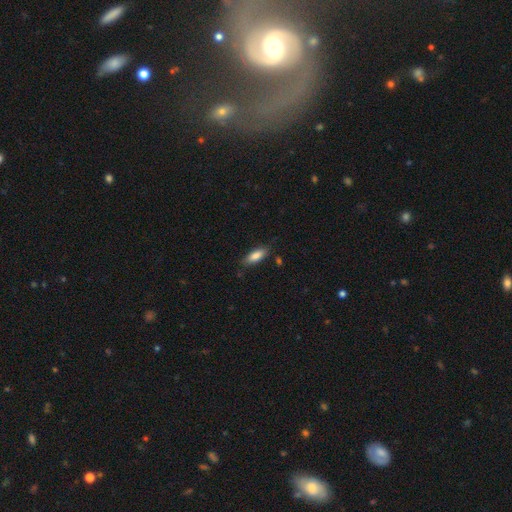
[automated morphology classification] type=smooth (85%); roundness=in between (71%); merging=none (81%).